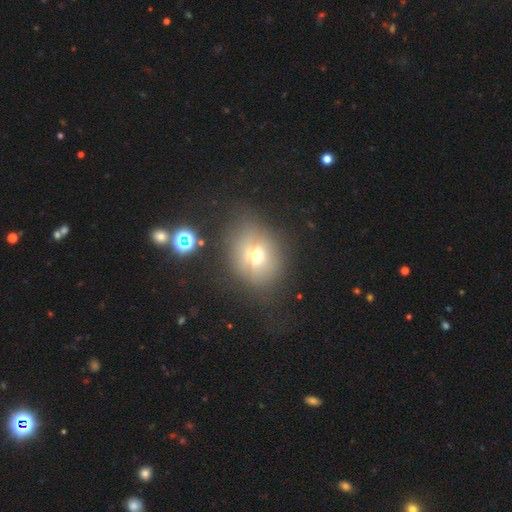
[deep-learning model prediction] Q: Smooth or featured?
A: smooth (53%); runner-up: featured or disk (28%)
Q: How rounded?
A: round (57%); runner-up: in between (41%)
Q: Merging?
A: none (62%); runner-up: minor disturbance (21%)